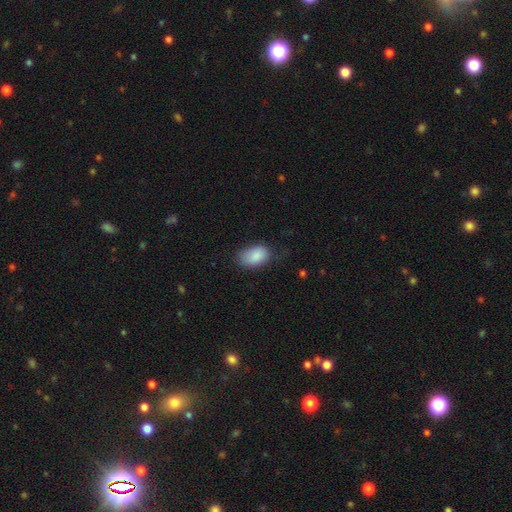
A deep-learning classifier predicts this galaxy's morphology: Smooth or featured?
  - smooth: 87% *
  - star or artifact: 7%
  - featured or disk: 6%
How rounded?
  - in between: 91% *
  - round: 8%
  - cigar-shaped: 1%
Merging?
  - none: 62% *
  - minor disturbance: 28%
  - major disturbance: 9%
  - merger: 1%